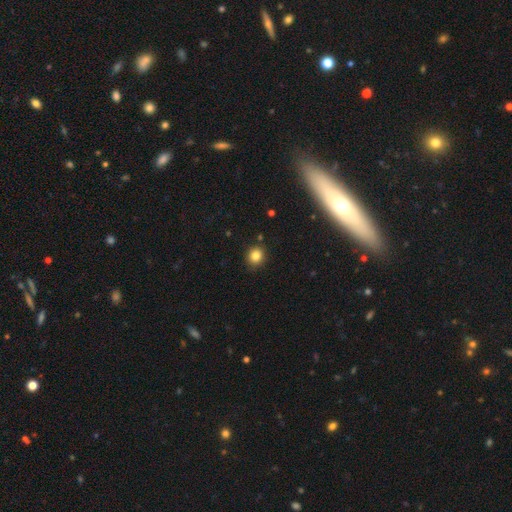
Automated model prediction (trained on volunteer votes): This appears to be a smooth galaxy with no disk features (83%) that is round (83%). Merging: none (88%).